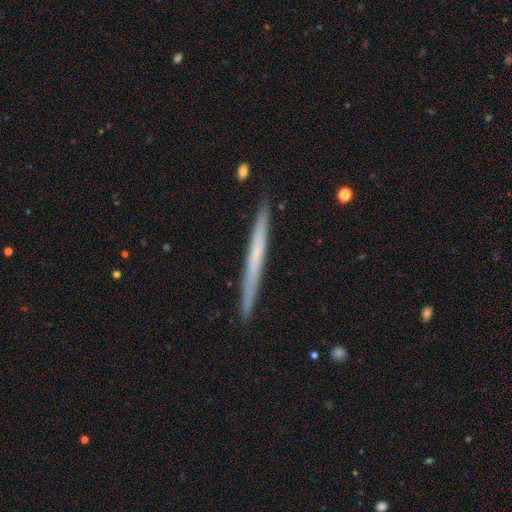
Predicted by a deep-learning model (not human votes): Overall: featured or disk (49%; smooth 45%). Merging: none (90%).